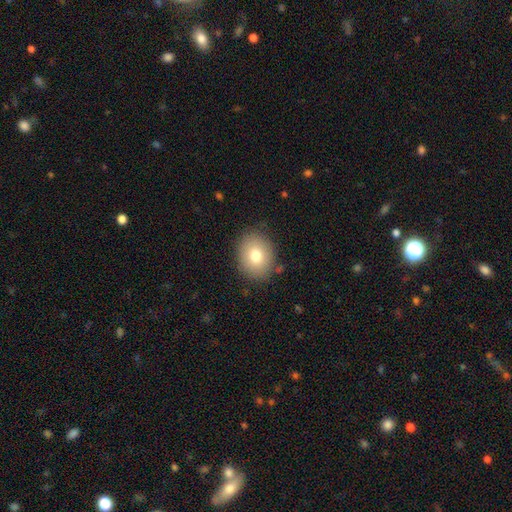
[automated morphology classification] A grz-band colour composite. It shows a smooth galaxy with no disk features (77%) that is round (56%). Merging: none (84%).